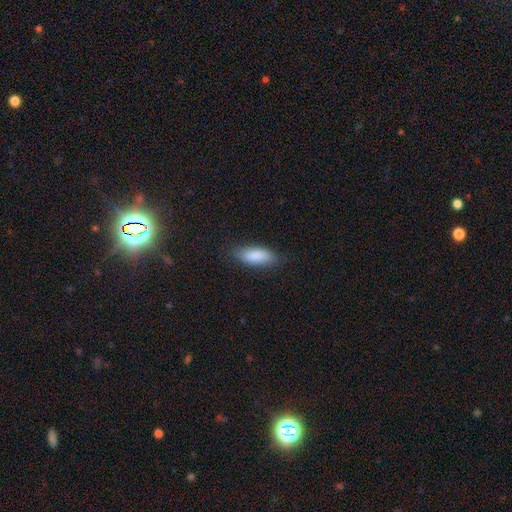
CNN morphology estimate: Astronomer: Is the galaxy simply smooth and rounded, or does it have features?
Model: smooth — 87%.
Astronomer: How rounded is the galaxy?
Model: in between — 77%.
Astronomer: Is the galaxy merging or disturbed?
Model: none — 80%.